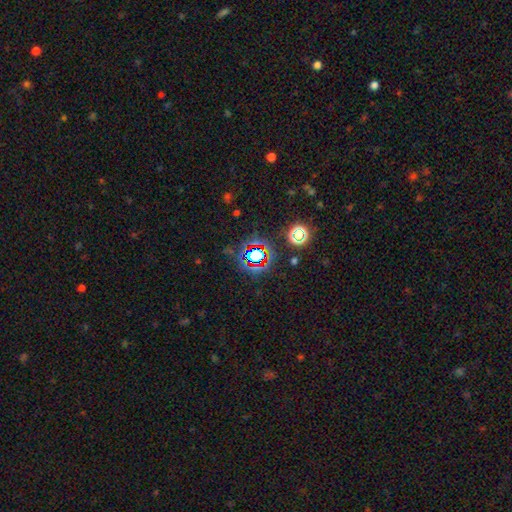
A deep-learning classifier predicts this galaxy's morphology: smooth_or_featured: star or artifact (p=0.68) [alt: smooth p=0.20]